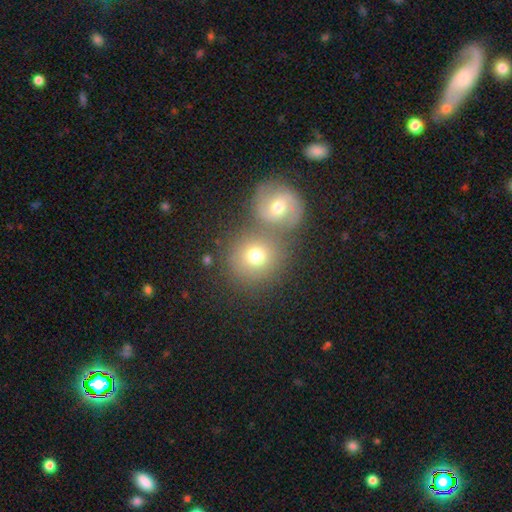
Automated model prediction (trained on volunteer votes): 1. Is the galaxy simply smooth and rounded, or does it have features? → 67% smooth, 23% featured or disk, 11% star or artifact.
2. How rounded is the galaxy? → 82% round, 17% in between, 1% cigar-shaped.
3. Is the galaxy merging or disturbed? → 51% none, 37% merger, 8% minor disturbance, 4% major disturbance.